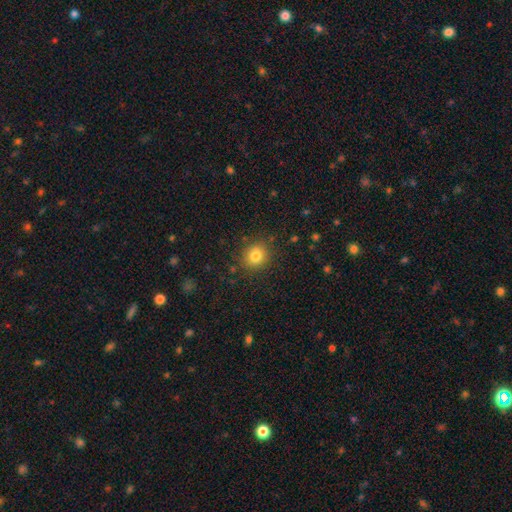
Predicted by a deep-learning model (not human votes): Smooth or featured: smooth — 80% (star or artifact — 13%)
How rounded: round — 82% (in between — 17%)
Merging: none — 88% (minor disturbance — 8%)